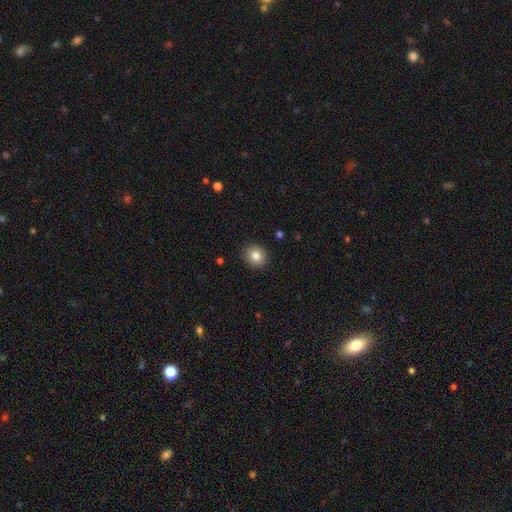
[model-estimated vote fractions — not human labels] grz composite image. It shows a smooth galaxy with no disk features (83%) that is round (84%). Merging: none (91%).